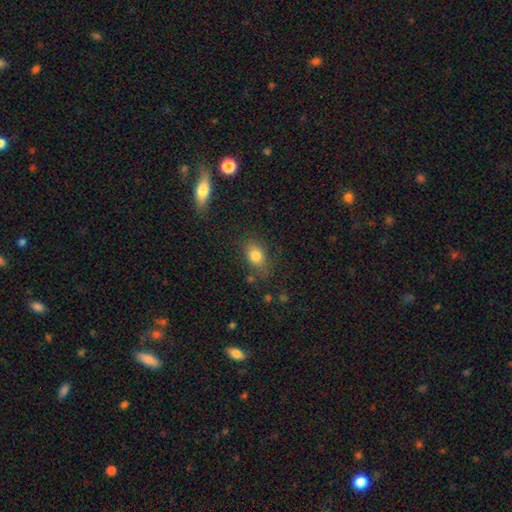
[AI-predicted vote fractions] A smooth galaxy with no disk features (81%) that is in between round and cigar-shaped (73%).

Vote fractions:
- Smooth or featured? smooth: 81% / star or artifact: 10% / featured or disk: 9%
- How rounded? in between: 73% / round: 25% / cigar-shaped: 2%
- Merging? none: 76% / minor disturbance: 16% / major disturbance: 5% / merger: 3%